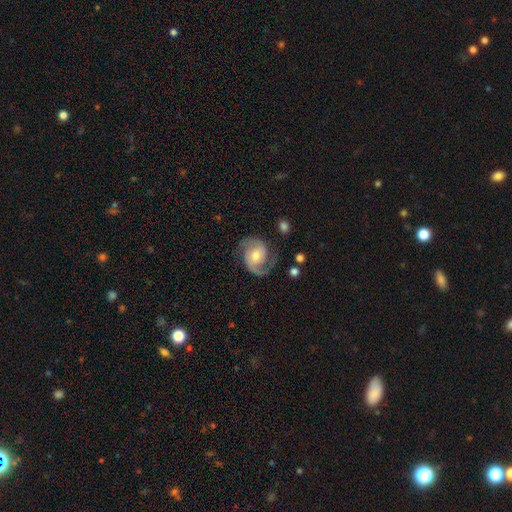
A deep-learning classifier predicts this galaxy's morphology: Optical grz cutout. It shows a featured or disk galaxy (88%) with no bar (53%), 2 (92%) medium (55%) spiral arms (98%) and a moderate central bulge (53%). Merging: none (78%).